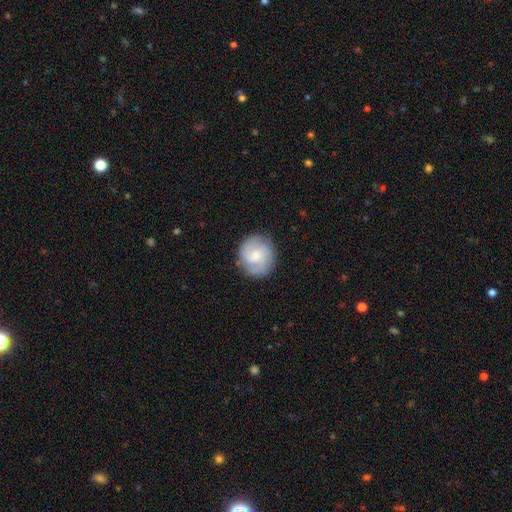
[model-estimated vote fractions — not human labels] smooth_or_featured: featured or disk (p=0.73) [alt: smooth p=0.22]
disk_edge_on: no (p=0.98) [alt: yes p=0.02]
bar: no (p=0.49) [alt: weak p=0.45]
has_spiral_arms: yes (p=0.95) [alt: no p=0.05]
spiral_winding: medium (p=0.45) [alt: tight p=0.43]
spiral_arm_count: 2 (p=0.37) [alt: 3 p=0.34]
bulge_size: small (p=0.47) [alt: moderate p=0.41]
merging: none (p=0.82) [alt: minor disturbance p=0.13]